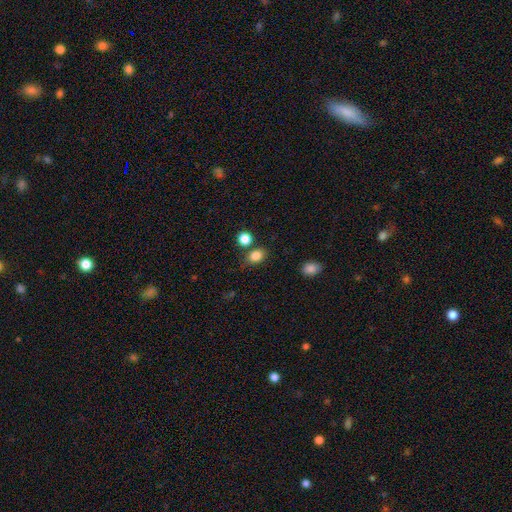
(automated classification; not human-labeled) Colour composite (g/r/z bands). It shows a smooth galaxy with no disk features (84%) that is in between round and cigar-shaped (61%). Merging: none (74%).